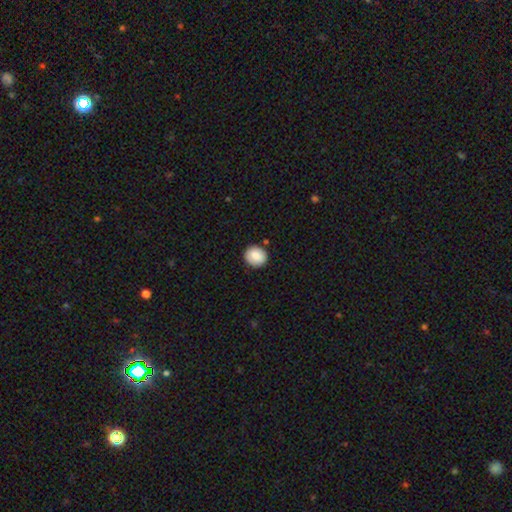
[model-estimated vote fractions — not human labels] Q: Smooth or featured?
A: smooth (87%); runner-up: star or artifact (8%)
Q: How rounded?
A: round (81%); runner-up: in between (18%)
Q: Merging?
A: none (87%); runner-up: minor disturbance (9%)